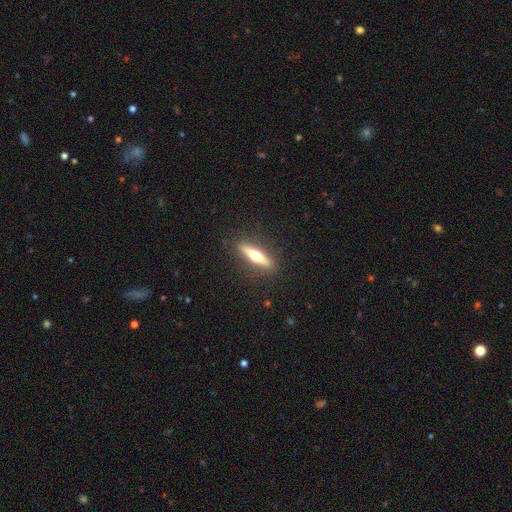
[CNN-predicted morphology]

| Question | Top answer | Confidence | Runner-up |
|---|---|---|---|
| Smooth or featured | featured or disk | 56% | smooth (39%) |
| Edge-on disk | yes | 94% | no (6%) |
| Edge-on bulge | rounded | 93% | none (4%) |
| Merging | none | 89% | minor disturbance (8%) |